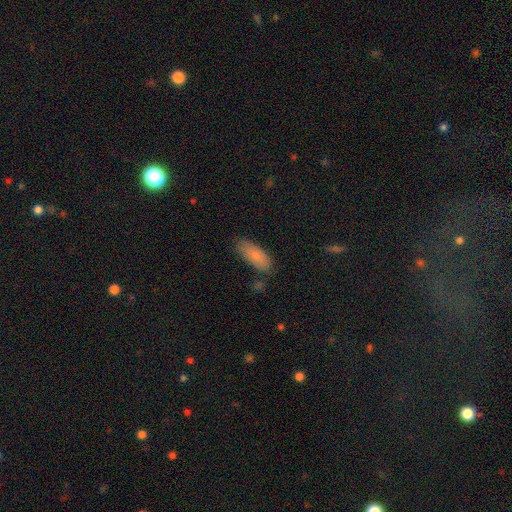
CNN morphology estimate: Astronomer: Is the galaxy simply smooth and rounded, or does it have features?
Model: smooth — 81%.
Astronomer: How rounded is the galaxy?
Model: in between — 78%.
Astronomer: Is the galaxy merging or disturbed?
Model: none — 76%.